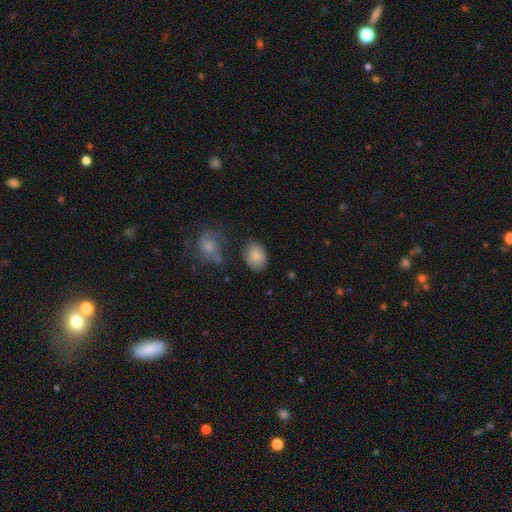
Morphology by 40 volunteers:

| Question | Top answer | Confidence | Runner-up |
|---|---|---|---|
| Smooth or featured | smooth | 80% | featured or disk (15%) |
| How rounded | in between | 84% | round (16%) |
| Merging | none | 68% | minor disturbance (21%) |